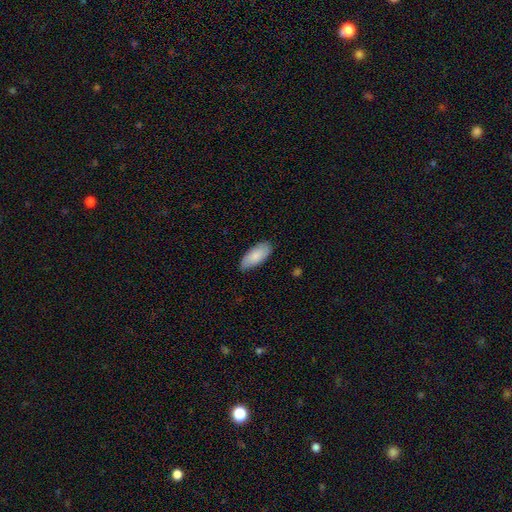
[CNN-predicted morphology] type=smooth (85%); roundness=in between (88%); merging=none (79%).